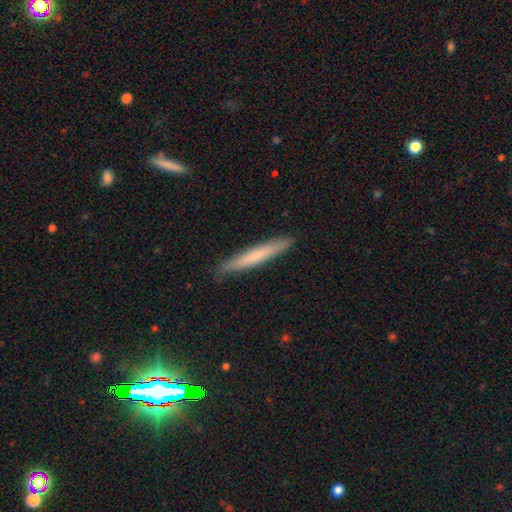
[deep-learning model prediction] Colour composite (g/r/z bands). It shows a smooth galaxy with no disk features (68%) that is cigar-shaped (95%). Merging: none (88%).